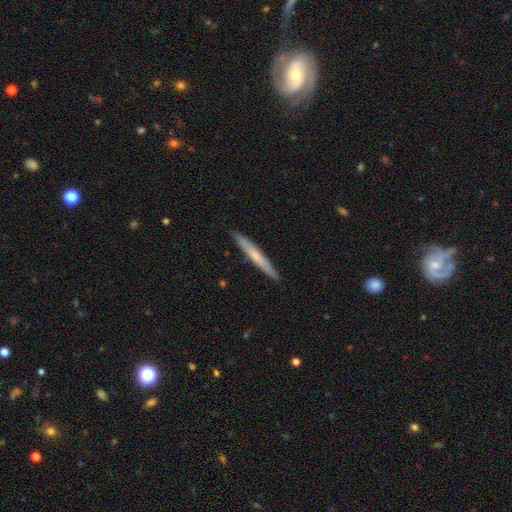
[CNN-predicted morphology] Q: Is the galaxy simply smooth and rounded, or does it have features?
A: smooth — 58%.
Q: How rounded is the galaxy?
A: cigar-shaped — 96%.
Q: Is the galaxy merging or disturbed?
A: none — 91%.